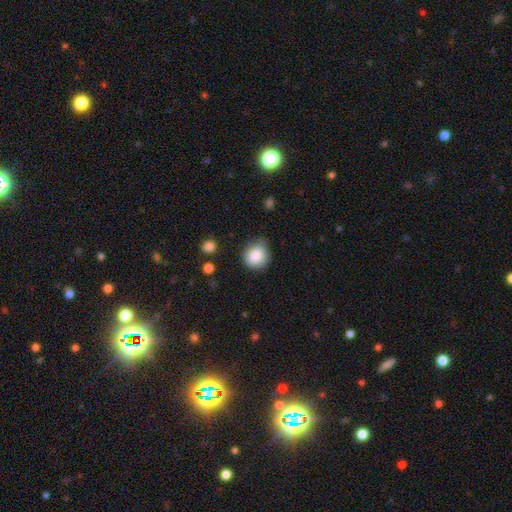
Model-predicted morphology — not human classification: This is clearly a smooth galaxy (85%). How rounded: clearly round (84%). Merging: likely none (73%).